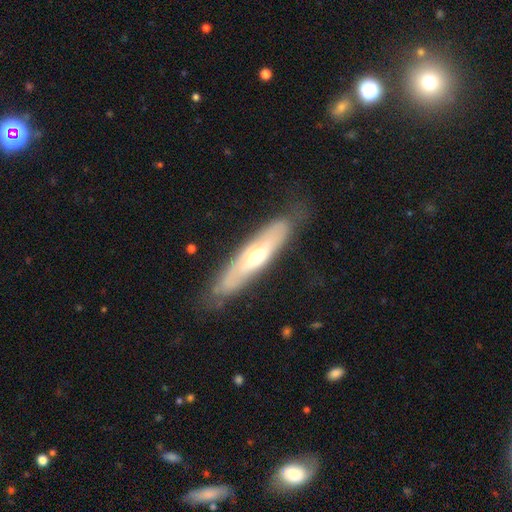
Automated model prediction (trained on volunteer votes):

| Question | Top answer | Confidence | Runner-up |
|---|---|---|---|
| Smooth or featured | featured or disk | 57% | smooth (37%) |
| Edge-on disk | yes | 51% | no (49%) |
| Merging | none | 75% | minor disturbance (18%) |